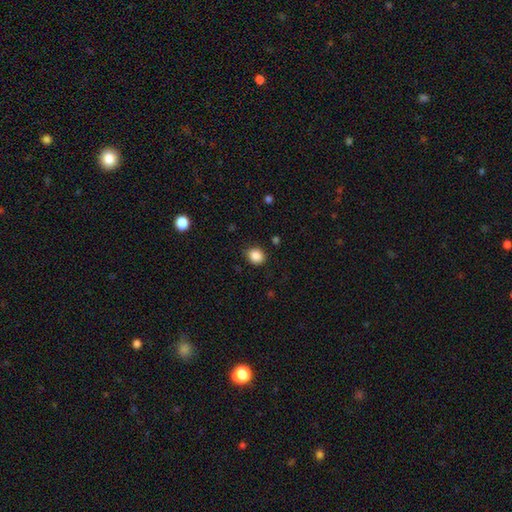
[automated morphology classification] Smooth or featured? smooth (87%)
How rounded? round (69%)
Merging? none (85%)